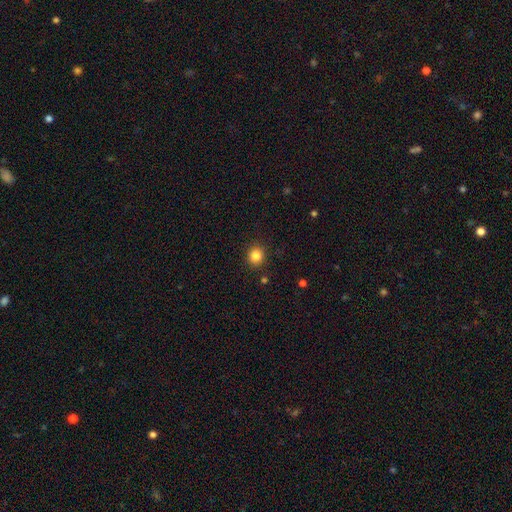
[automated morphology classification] Q: Smooth or featured?
A: smooth (84%); runner-up: star or artifact (12%)
Q: How rounded?
A: round (88%); runner-up: in between (11%)
Q: Merging?
A: none (91%); runner-up: minor disturbance (6%)